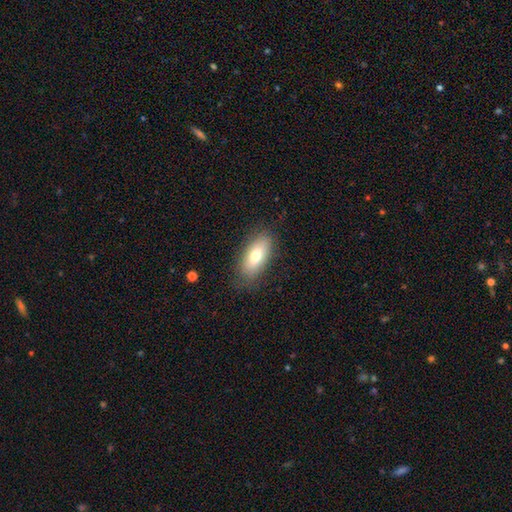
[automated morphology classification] smooth 73%, featured or disk 19%, star or artifact 7%. Down the decision tree: how rounded — in between (87%); merging — none (82%).